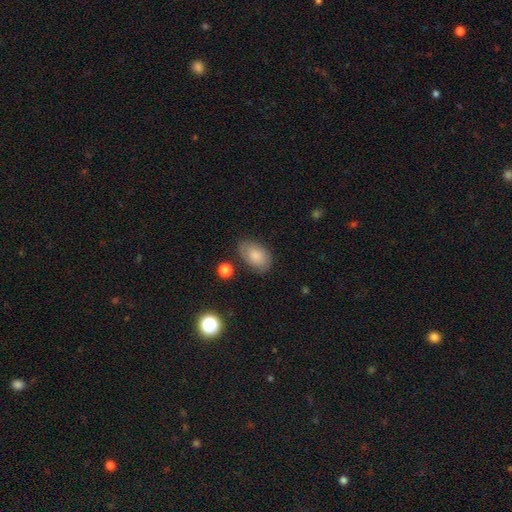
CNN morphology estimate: Smooth or featured: smooth — 80% (featured or disk — 13%)
How rounded: in between — 91% (round — 8%)
Merging: none — 73% (minor disturbance — 20%)